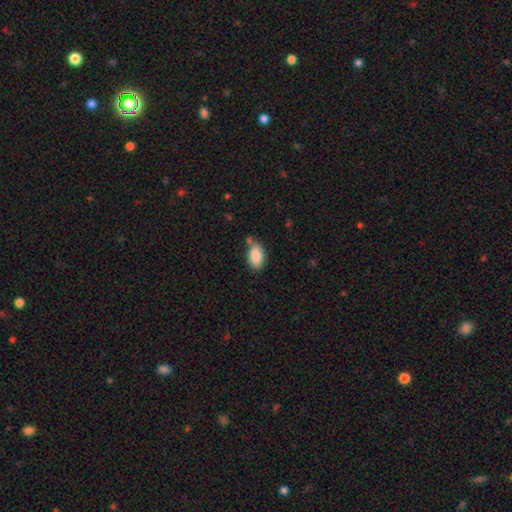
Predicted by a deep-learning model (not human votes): Overall: smooth (88%). How rounded: in between (93%). Merging: none (70%).